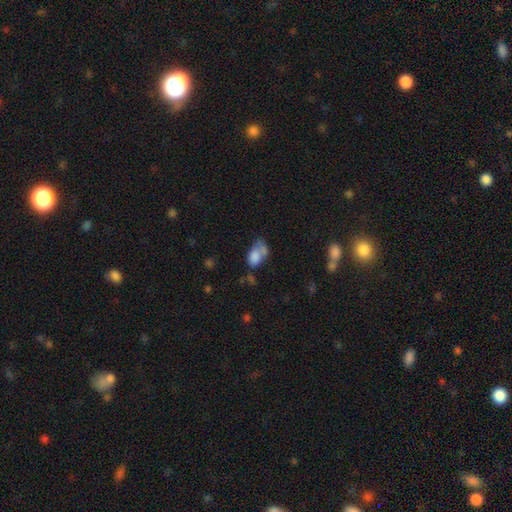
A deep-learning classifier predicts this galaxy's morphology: smooth-or-featured: smooth: 75% | featured or disk: 15% | star or artifact: 10%
  how-rounded: in between: 86% | round: 12% | cigar-shaped: 2%
  merging: merger: 30% | none: 28% | minor disturbance: 22% | major disturbance: 20%